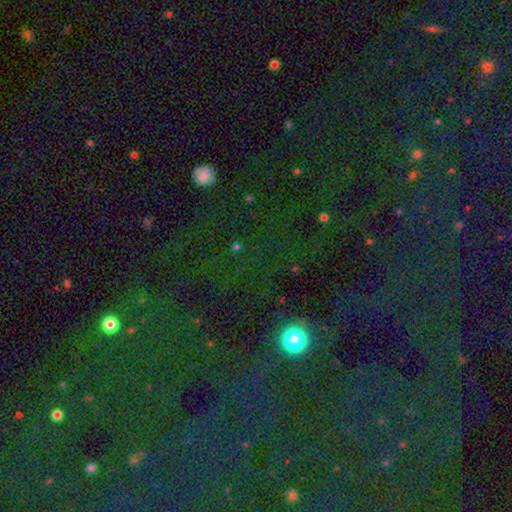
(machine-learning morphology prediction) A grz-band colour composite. It shows a star or artifact, not a galaxy (75%).